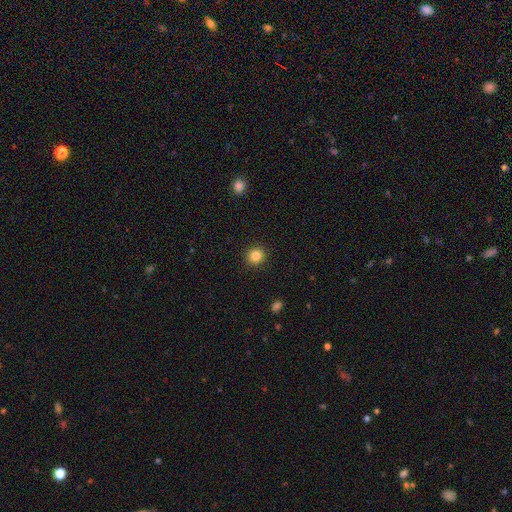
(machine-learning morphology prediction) Smooth or featured? Predicted: smooth (p=0.84). How rounded? Predicted: round (p=0.91). Merging? Predicted: none (p=0.92).